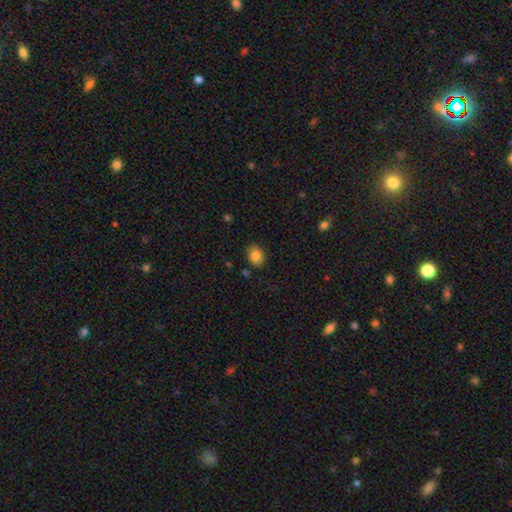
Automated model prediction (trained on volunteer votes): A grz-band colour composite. It shows a smooth galaxy with no disk features (84%) that is in between round and cigar-shaped (60%). Merging: none (84%).